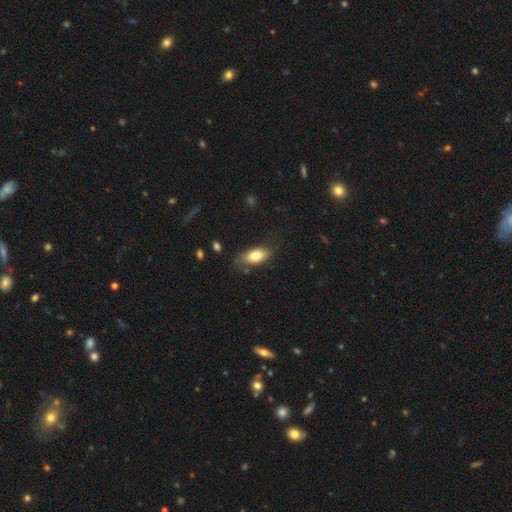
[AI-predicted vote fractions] A smooth galaxy with no disk features (77%) that is in between round and cigar-shaped (88%). Merging: none (72%).